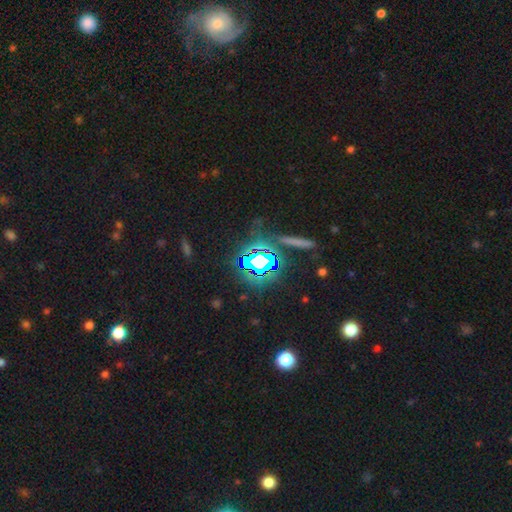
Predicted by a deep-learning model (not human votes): Smooth or featured? star or artifact (68%)